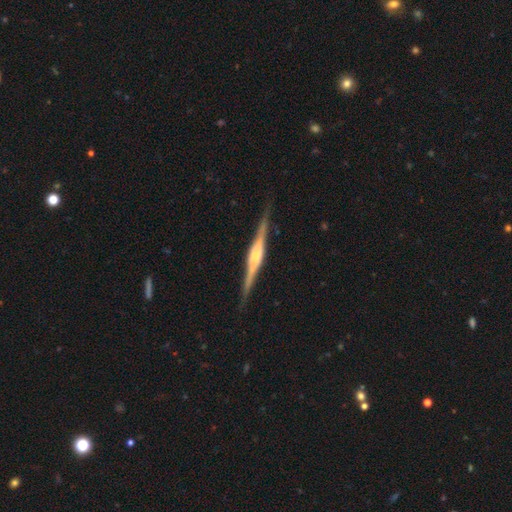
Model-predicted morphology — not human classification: A featured or disk galaxy (84%) viewed edge-on (98%) with a rounded central bulge (65%). Merging: none (88%).